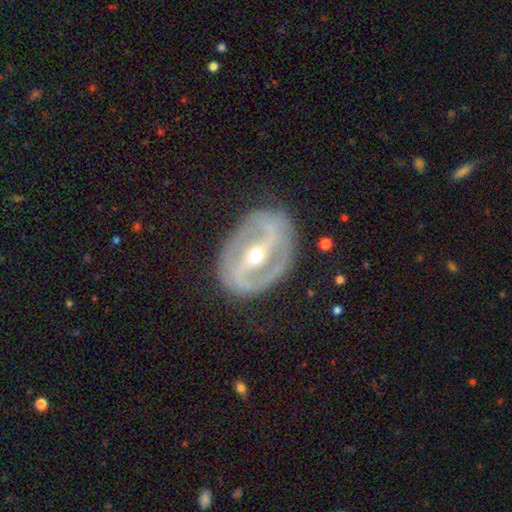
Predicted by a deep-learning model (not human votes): A featured or disk galaxy (88%) with a strong bar (65%), 2 (84%) medium (42%) spiral arms (85%) and a small central bulge (50%). Merging: none (79%).